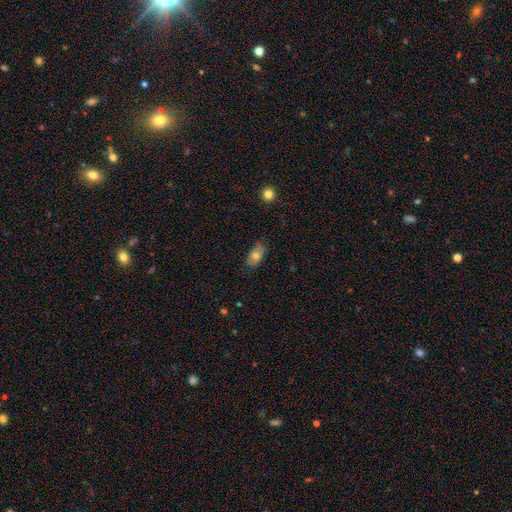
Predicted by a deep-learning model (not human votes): smooth_or_featured: smooth (p=0.68) [alt: featured or disk p=0.24]
how_rounded: in between (p=0.90) [alt: round p=0.05]
merging: none (p=0.78) [alt: minor disturbance p=0.18]